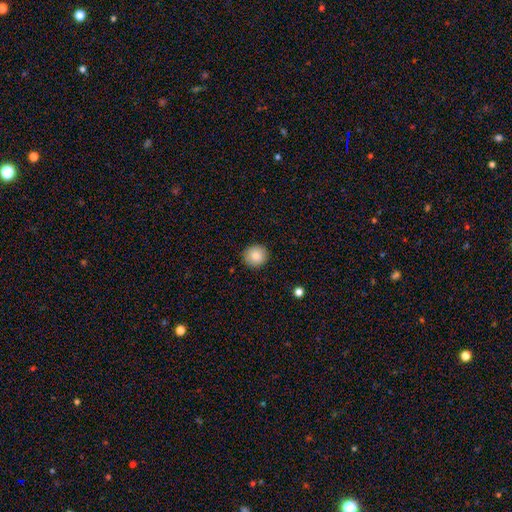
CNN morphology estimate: The model was most divided on "smooth or featured": smooth: 86%, star or artifact: 8%, featured or disk: 6%. More confident: merging — none (90%); how rounded — round (89%).